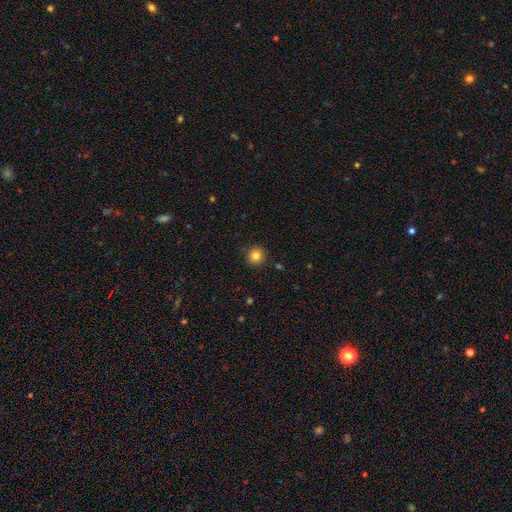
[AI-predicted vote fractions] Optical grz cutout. It shows a smooth galaxy with no disk features (83%) that is round (94%). Merging: none (90%).